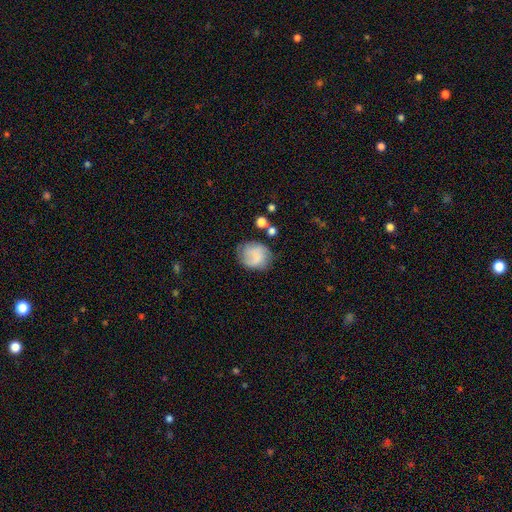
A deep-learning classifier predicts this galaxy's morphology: Smooth or featured?
  - smooth: 51% *
  - featured or disk: 40%
  - star or artifact: 9%
How rounded?
  - round: 68% *
  - in between: 31%
  - cigar-shaped: 1%
Merging?
  - none: 62% *
  - minor disturbance: 23%
  - major disturbance: 10%
  - merger: 5%